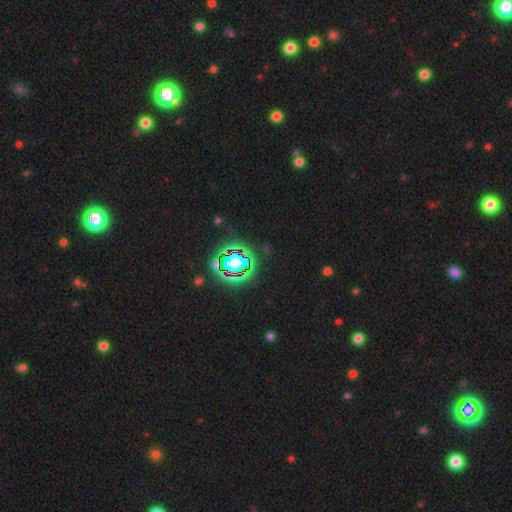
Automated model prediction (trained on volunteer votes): This is clearly a star or artifact rather than a galaxy (83%).